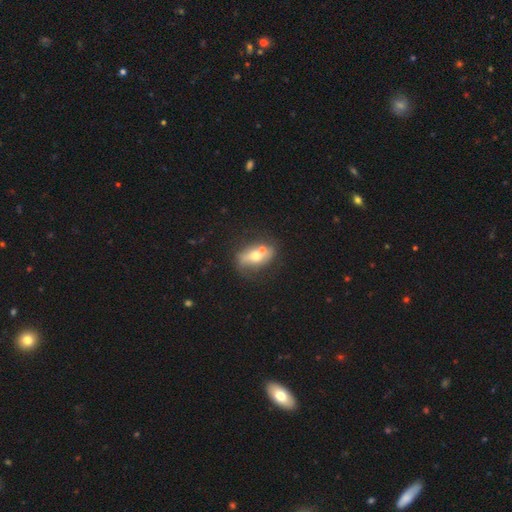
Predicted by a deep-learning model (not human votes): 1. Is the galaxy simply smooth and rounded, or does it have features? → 48% smooth, 43% featured or disk, 9% star or artifact.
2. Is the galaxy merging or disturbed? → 50% none, 27% merger, 17% minor disturbance, 7% major disturbance.